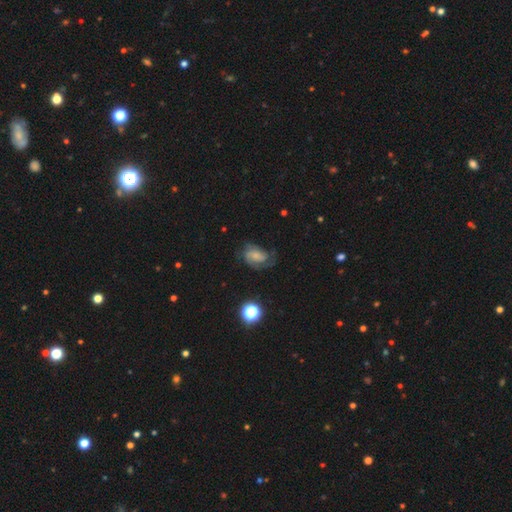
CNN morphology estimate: The model was most divided on "spiral winding": medium: 45%, tight: 37%, loose: 18%. Remaining: edge-on disk — no (97%); spiral arms — yes (91%); smooth or featured — featured or disk (67%); bar — no (58%); merging — none (55%); spiral arm count — 2 (54%); bulge size — small (47%).